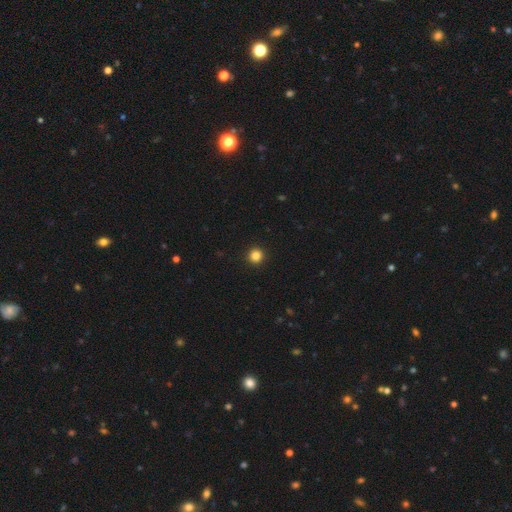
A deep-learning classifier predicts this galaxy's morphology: This is clearly a smooth galaxy (85%). How rounded: clearly round (95%). Merging: clearly none (94%).